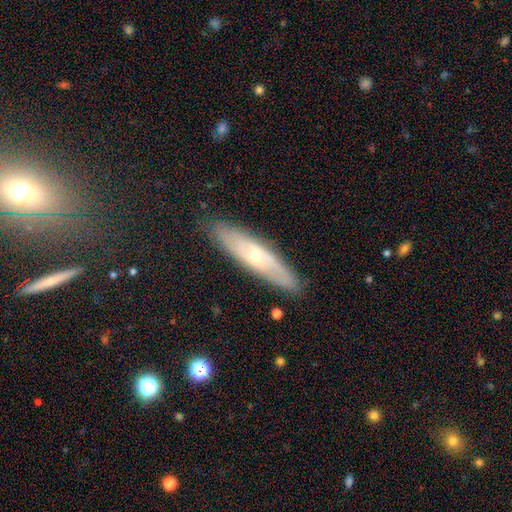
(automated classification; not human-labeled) smooth_or_featured: featured or disk (p=0.62) [alt: smooth p=0.31]
disk_edge_on: no (p=0.53) [alt: yes p=0.47]
merging: none (p=0.86) [alt: minor disturbance p=0.11]